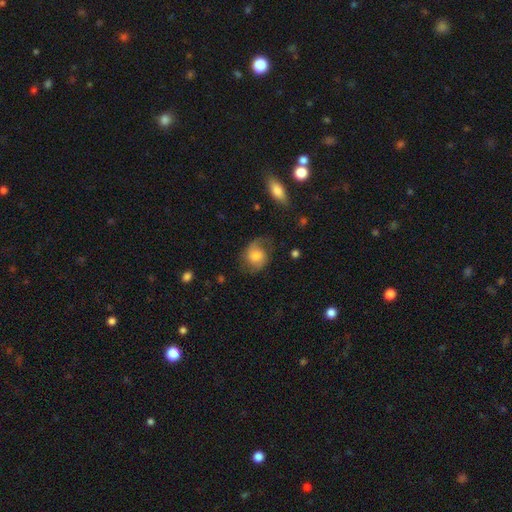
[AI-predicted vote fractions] Overall: featured or disk (66%; smooth 26%). Edge-on disk: no (97%). Bar: no (66%; weak 28%). Spiral arms: yes (93%). Spiral arm count: 2 (86%). Spiral winding: medium (47%; loose 35%). Bulge size: moderate (47%; small 33%). Merging: none (68%).